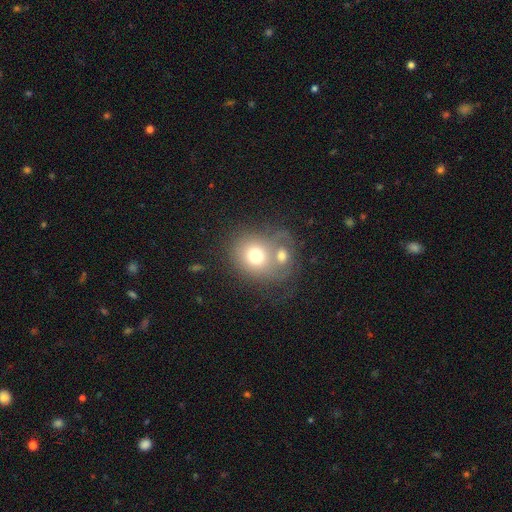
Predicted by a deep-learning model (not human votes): A smooth galaxy with no disk features (67%) that is round (70%). Merging: merger (50%).